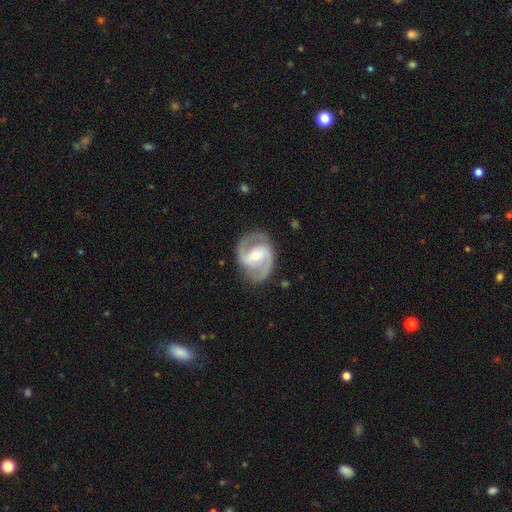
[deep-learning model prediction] The model was most divided on "bar": weak: 43%, strong: 38%, no: 19%. More confident: edge-on disk — no (98%); spiral arms — yes (96%); spiral arm count — 2 (92%); smooth or featured — featured or disk (89%); merging — none (82%); spiral winding — medium (59%); bulge size — moderate (51%).